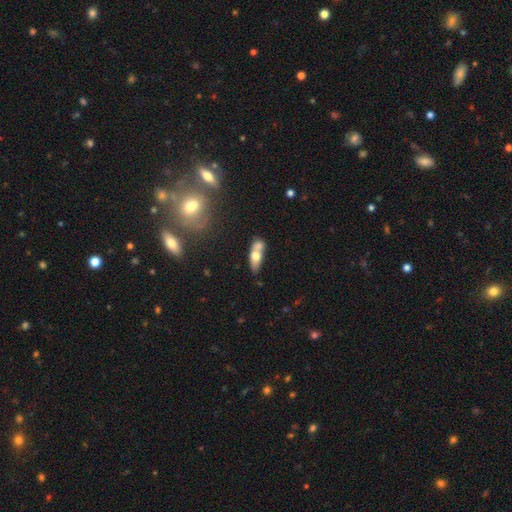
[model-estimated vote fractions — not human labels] Smooth or featured: smooth — 61% (featured or disk — 31%)
How rounded: in between — 65% (cigar-shaped — 28%)
Merging: merger — 50% (none — 33%)